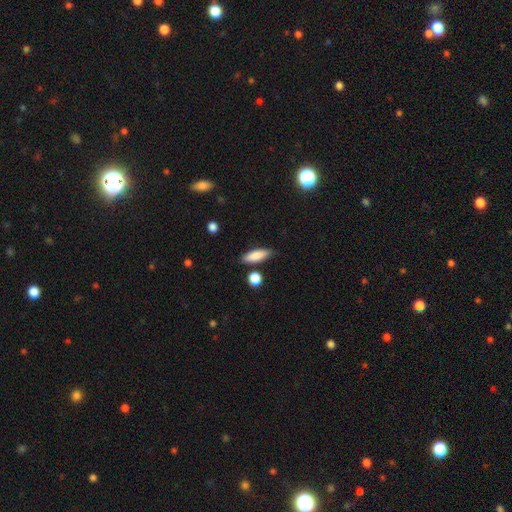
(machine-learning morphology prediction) smooth-or-featured: smooth: 83% | featured or disk: 11% | star or artifact: 7%
  how-rounded: in between: 54% | cigar-shaped: 43% | round: 3%
  merging: none: 79% | minor disturbance: 13% | merger: 4% | major disturbance: 3%